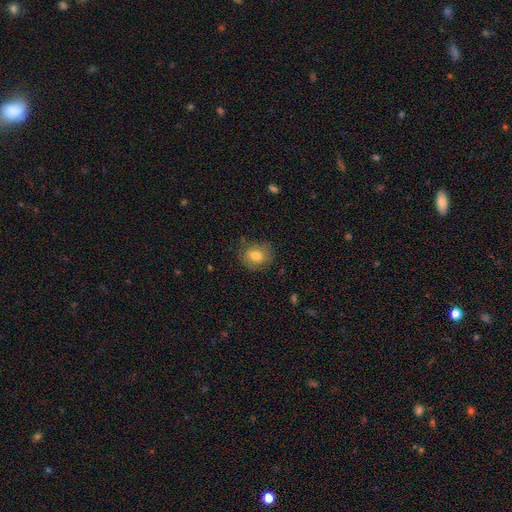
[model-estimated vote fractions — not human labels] Smooth or featured? smooth (74%)
How rounded? round (61%)
Merging? none (75%)